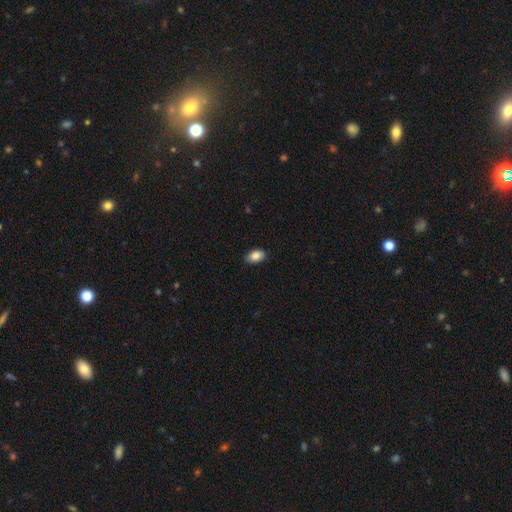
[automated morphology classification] Smooth or featured? Predicted: smooth (p=0.86). How rounded? Predicted: in between (p=0.89). Merging? Predicted: none (p=0.86).